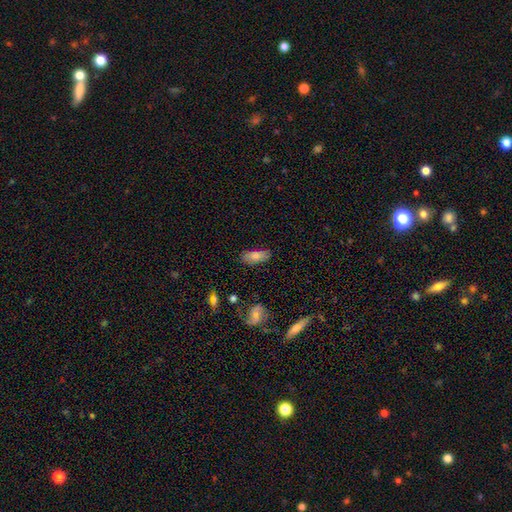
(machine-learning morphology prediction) smooth 75%, featured or disk 17%, star or artifact 8%. Down the decision tree: how rounded — in between (81%); merging — none (75%).